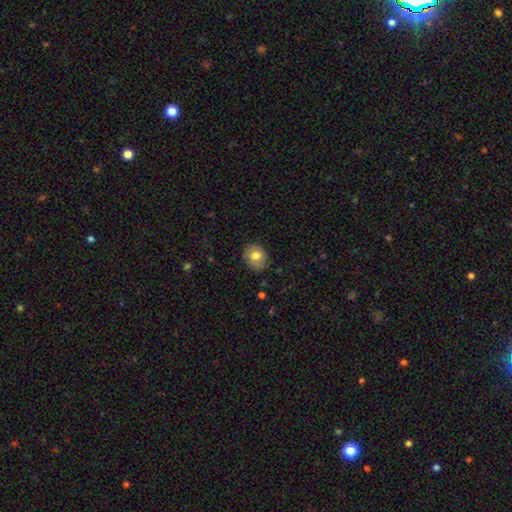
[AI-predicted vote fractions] Smooth or featured: smooth — 75% (featured or disk — 18%)
How rounded: in between — 54% (round — 45%)
Merging: none — 82% (minor disturbance — 14%)